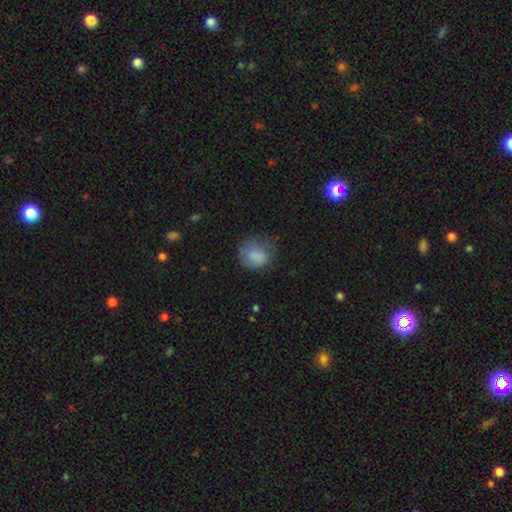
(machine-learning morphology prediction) Overall: smooth (78%). How rounded: round (71%). Merging: none (55%; minor disturbance 28%).